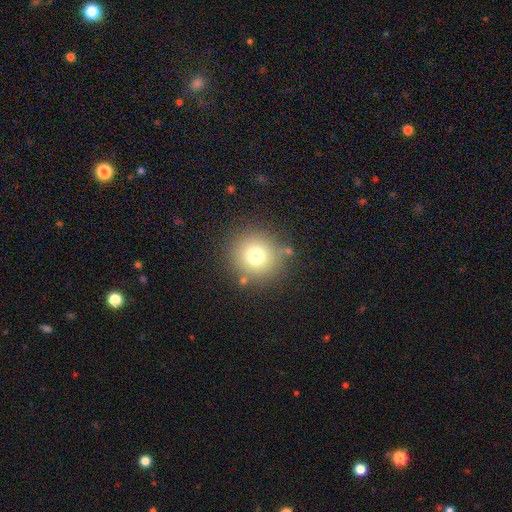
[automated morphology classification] This appears to be a smooth galaxy with no disk features (75%) that is round (94%). Merging: none (83%).